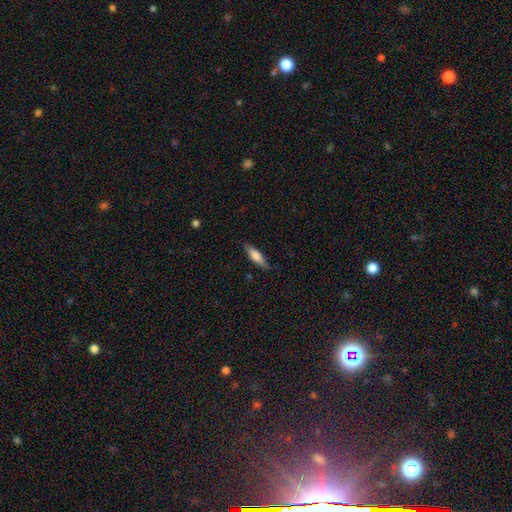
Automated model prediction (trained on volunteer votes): Smooth or featured? Predicted: smooth (p=0.62). How rounded? Predicted: cigar-shaped (p=0.69). Merging? Predicted: none (p=0.84).